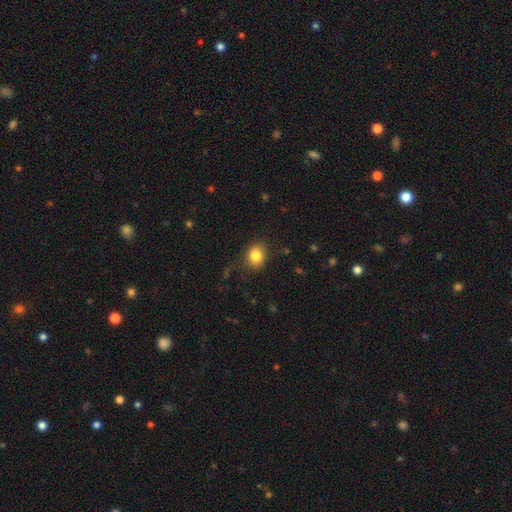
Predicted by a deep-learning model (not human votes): A smooth galaxy with no disk features (84%) that is round (58%).

Vote fractions:
- Smooth or featured? smooth: 84% / star or artifact: 10% / featured or disk: 6%
- How rounded? round: 58% / in between: 41% / cigar-shaped: 1%
- Merging? none: 82% / minor disturbance: 13% / major disturbance: 4% / merger: 1%